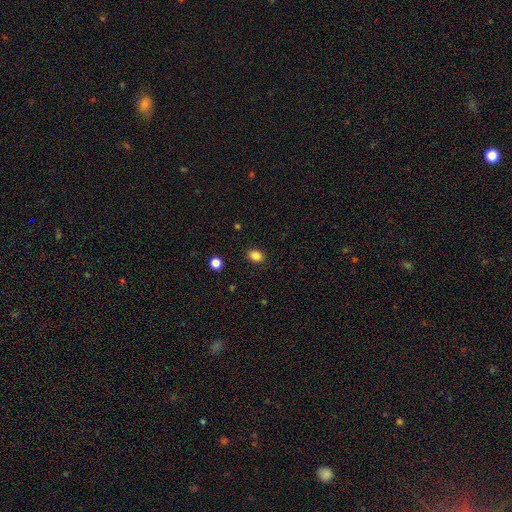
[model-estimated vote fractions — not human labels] Q: Smooth or featured?
A: smooth (86%); runner-up: star or artifact (11%)
Q: How rounded?
A: in between (61%); runner-up: round (38%)
Q: Merging?
A: none (89%); runner-up: minor disturbance (8%)